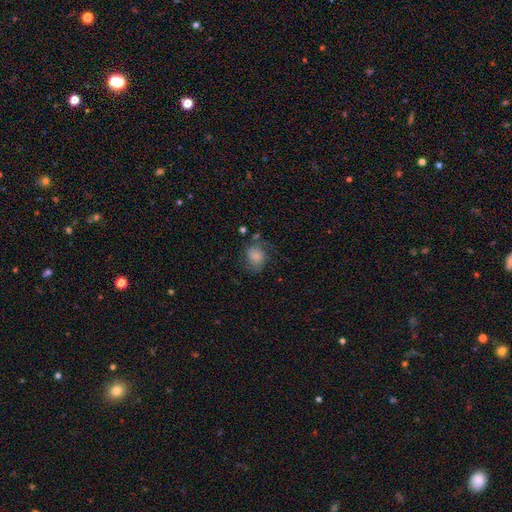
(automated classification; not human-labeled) Smooth or featured? Predicted: smooth (p=0.65). How rounded? Predicted: round (p=0.55). Merging? Predicted: none (p=0.54).